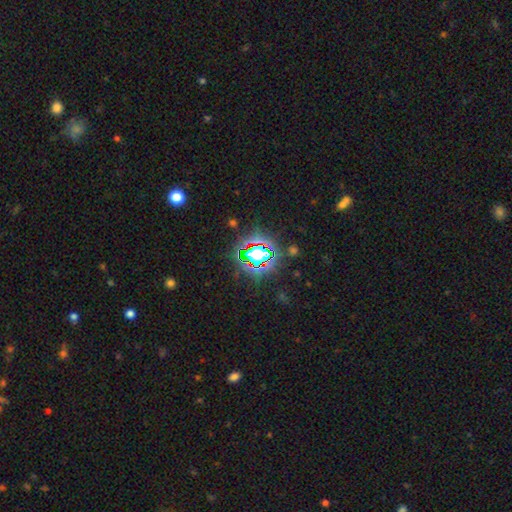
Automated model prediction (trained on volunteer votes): Smooth or featured?
  - star or artifact: 69% *
  - smooth: 19%
  - featured or disk: 11%